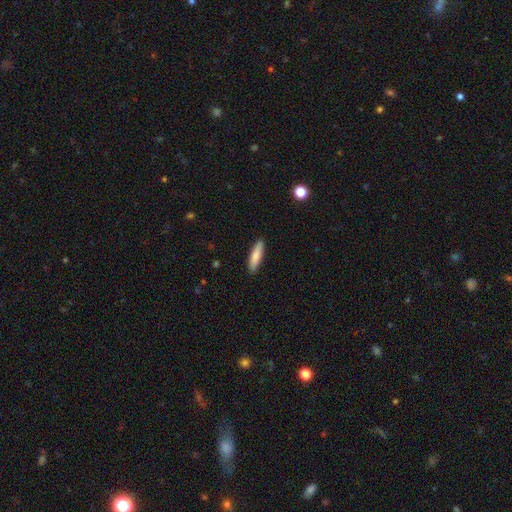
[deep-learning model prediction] Overall: smooth (82%). How rounded: cigar-shaped (73%). Merging: none (90%).